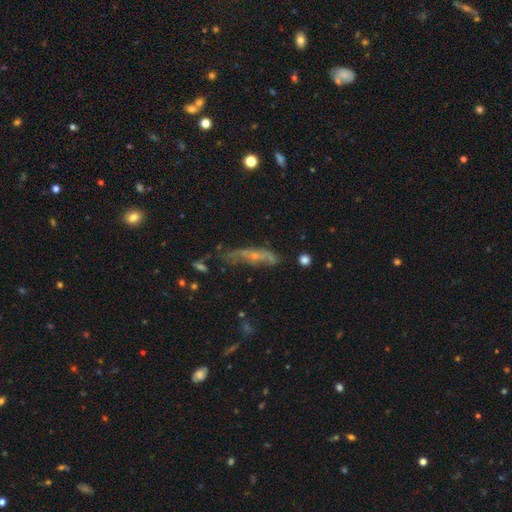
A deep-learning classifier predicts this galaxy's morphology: smooth_or_featured: featured or disk (p=0.48) [alt: smooth p=0.38]
merging: none (p=0.45) [alt: minor disturbance p=0.28]